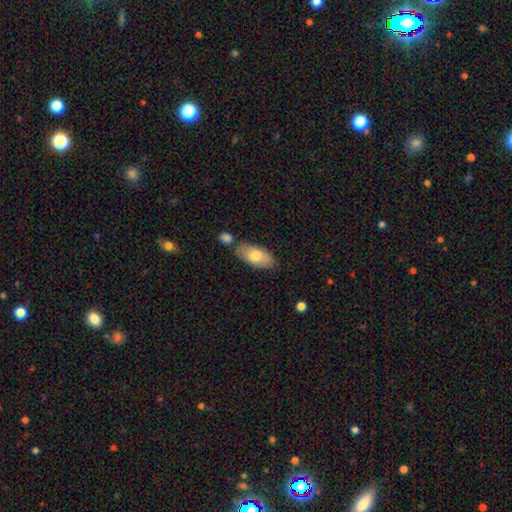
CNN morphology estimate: smooth-or-featured: smooth: 74% | featured or disk: 20% | star or artifact: 6%
  how-rounded: in between: 91% | cigar-shaped: 6% | round: 3%
  merging: none: 69% | minor disturbance: 15% | merger: 13% | major disturbance: 3%